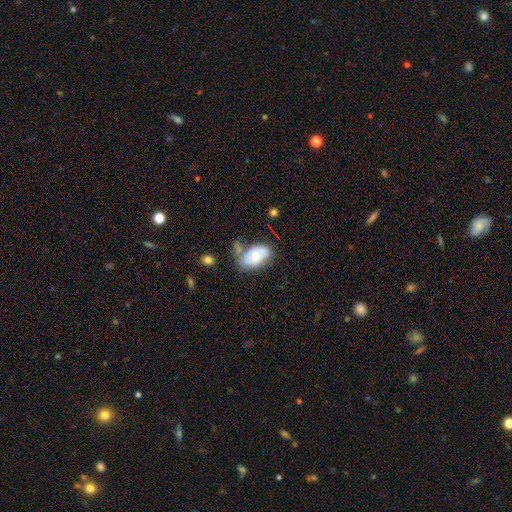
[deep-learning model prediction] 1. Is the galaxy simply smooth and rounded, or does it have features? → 56% smooth, 36% featured or disk, 8% star or artifact.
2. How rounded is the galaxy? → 92% in between, 6% round, 2% cigar-shaped.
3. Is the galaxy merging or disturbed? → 44% none, 28% minor disturbance, 15% merger, 13% major disturbance.